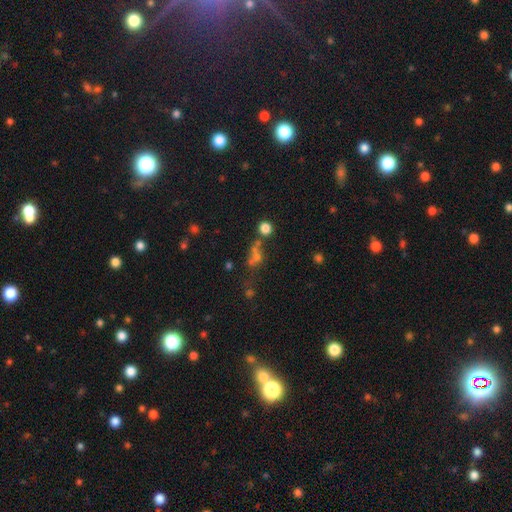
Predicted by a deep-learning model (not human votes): A smooth galaxy with no disk features (42%).

Vote fractions:
- Smooth or featured? smooth: 42% / star or artifact: 38% / featured or disk: 19%
- Merging? none: 47% / merger: 30% / minor disturbance: 11% / major disturbance: 11%